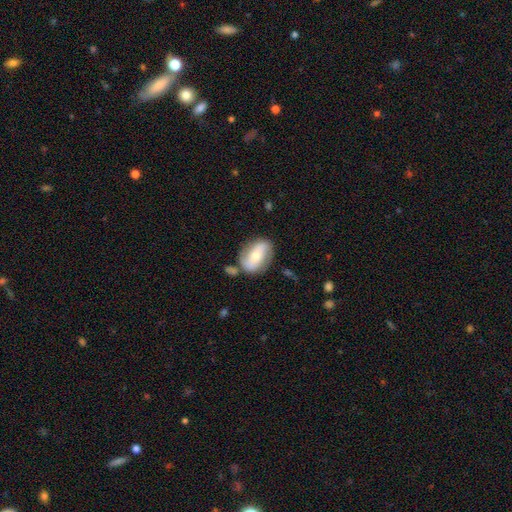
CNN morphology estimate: Overall: featured or disk (58%; smooth 36%). Edge-on disk: no (93%). Bar: no (42%; strong 31%). Spiral arms: yes (74%). Bulge size: moderate (54%; small 40%). Merging: none (72%).